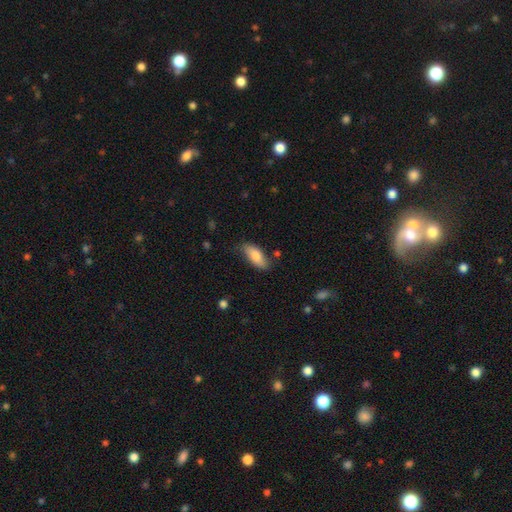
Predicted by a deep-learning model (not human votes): Q: Smooth or featured?
A: smooth (80%); runner-up: featured or disk (14%)
Q: How rounded?
A: in between (82%); runner-up: cigar-shaped (15%)
Q: Merging?
A: none (75%); runner-up: minor disturbance (18%)